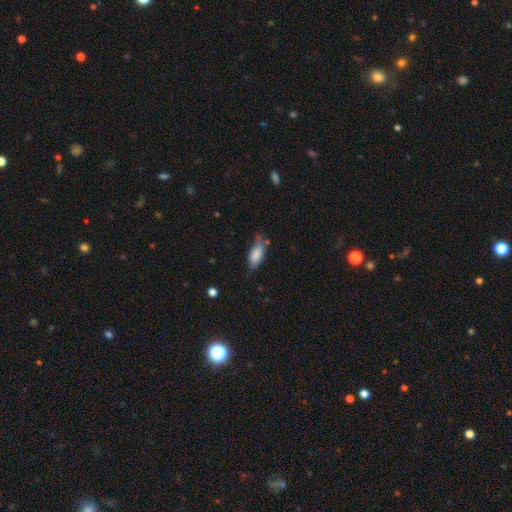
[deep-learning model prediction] Smooth or featured?
  - smooth: 81% *
  - featured or disk: 13%
  - star or artifact: 7%
How rounded?
  - in between: 80% *
  - cigar-shaped: 18%
  - round: 2%
Merging?
  - none: 50% *
  - minor disturbance: 34%
  - major disturbance: 10%
  - merger: 6%